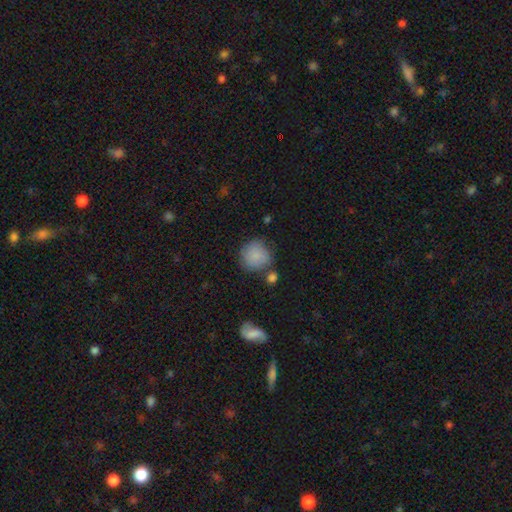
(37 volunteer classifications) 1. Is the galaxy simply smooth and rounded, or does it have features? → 92% smooth, 5% star or artifact, 3% featured or disk.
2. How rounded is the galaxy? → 94% round, 6% in between, 0% cigar-shaped.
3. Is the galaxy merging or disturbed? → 74% none, 20% minor disturbance, 3% major disturbance, 3% merger.